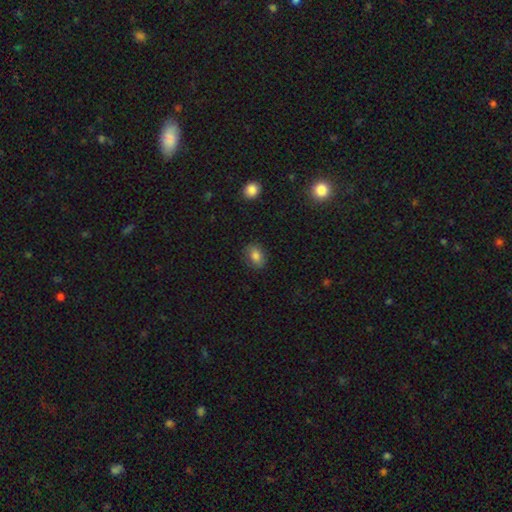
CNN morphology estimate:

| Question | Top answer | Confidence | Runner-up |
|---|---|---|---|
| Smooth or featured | smooth | 81% | star or artifact (9%) |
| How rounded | in between | 69% | round (30%) |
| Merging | none | 80% | minor disturbance (15%) |